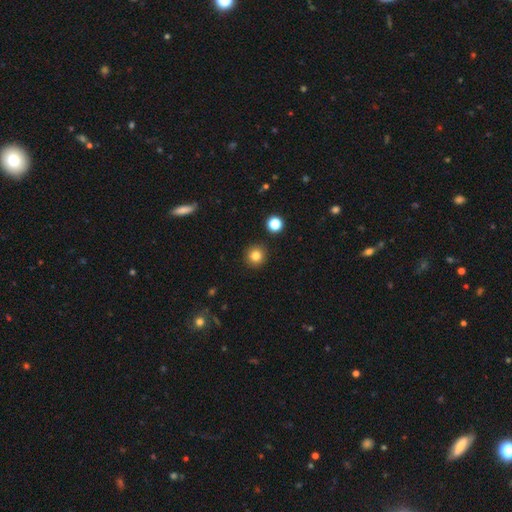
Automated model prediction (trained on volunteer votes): A smooth galaxy with no disk features (82%) that is round (93%).

Vote fractions:
- Smooth or featured? smooth: 82% / star or artifact: 12% / featured or disk: 6%
- How rounded? round: 93% / in between: 6% / cigar-shaped: 1%
- Merging? none: 91% / minor disturbance: 5% / merger: 2% / major disturbance: 2%